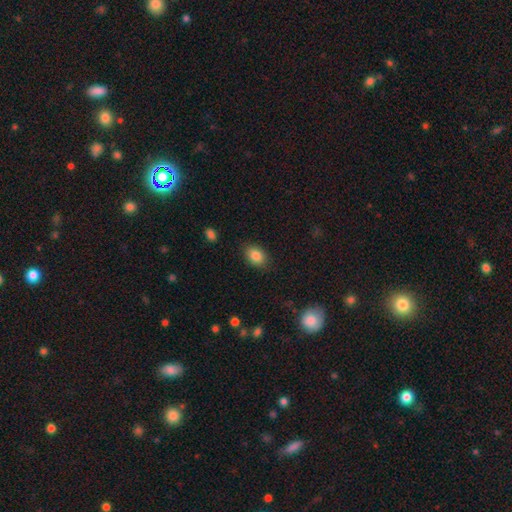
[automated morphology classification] Overall: smooth (86%). How rounded: in between (80%). Merging: none (84%).